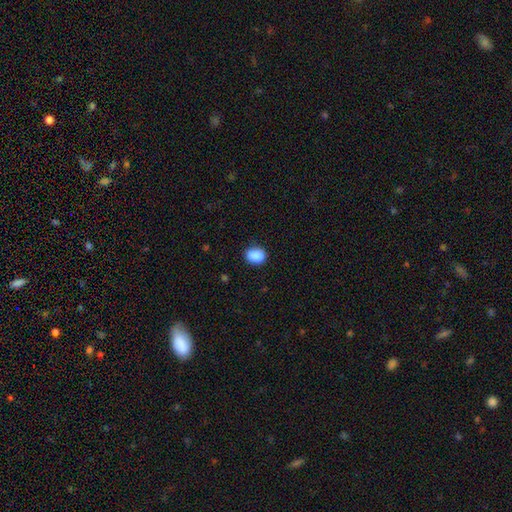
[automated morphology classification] Q: Smooth or featured?
A: smooth (89%); runner-up: star or artifact (8%)
Q: How rounded?
A: in between (66%); runner-up: round (33%)
Q: Merging?
A: none (82%); runner-up: minor disturbance (14%)